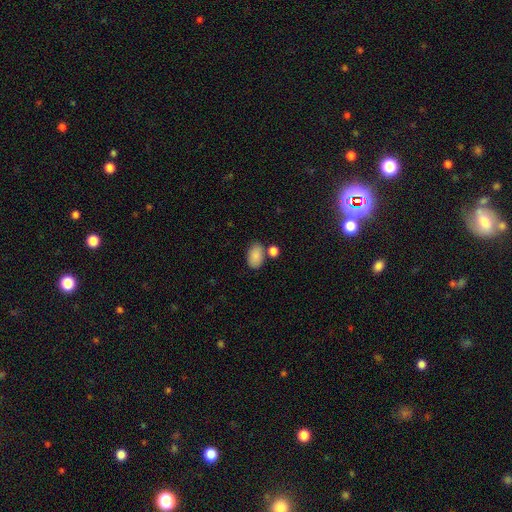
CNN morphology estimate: smooth-or-featured: smooth: 87% | star or artifact: 8% | featured or disk: 5%
  how-rounded: in between: 91% | round: 7% | cigar-shaped: 1%
  merging: none: 69% | merger: 14% | minor disturbance: 13% | major disturbance: 4%